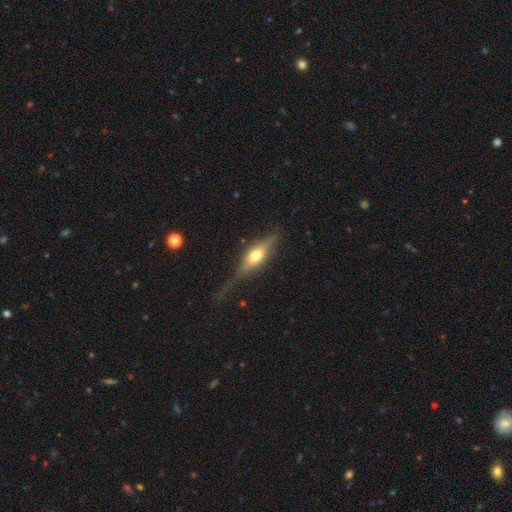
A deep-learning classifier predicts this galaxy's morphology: A featured or disk galaxy (51%) viewed edge-on (85%).

Vote fractions:
- Smooth or featured? featured or disk: 51% / smooth: 42% / star or artifact: 7%
- Edge-on disk? yes: 85% / no: 15%
- Merging? none: 54% / minor disturbance: 26% / major disturbance: 17% / merger: 3%